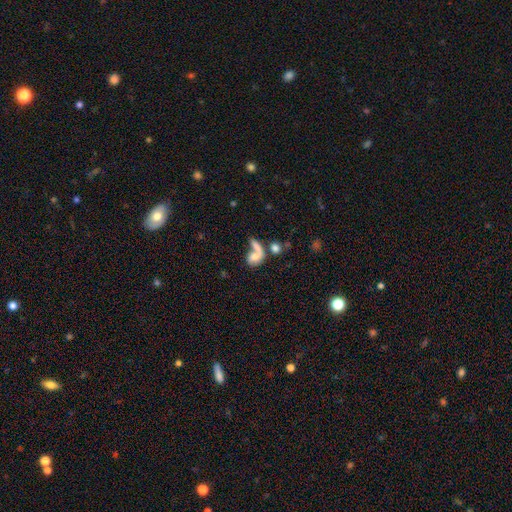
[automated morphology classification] Smooth or featured: smooth — 57% (featured or disk — 33%)
How rounded: in between — 69% (round — 23%)
Merging: merger — 57% (none — 21%)